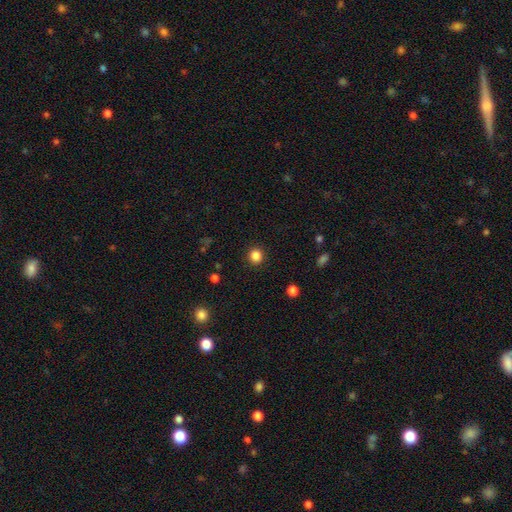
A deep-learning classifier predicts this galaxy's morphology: Overall: smooth (85%). How rounded: round (90%). Merging: none (92%).